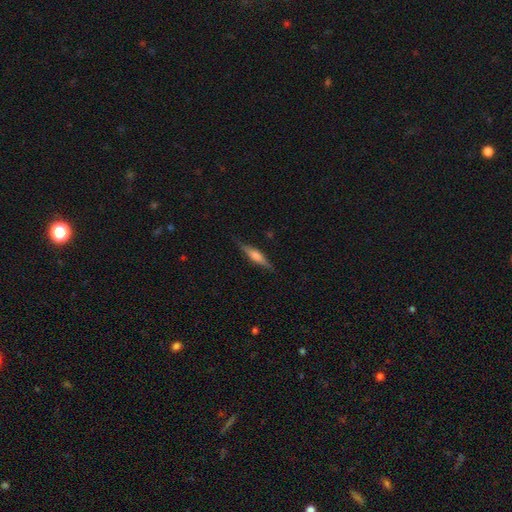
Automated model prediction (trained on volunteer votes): Smooth or featured? featured or disk (53%)
Edge-on disk? yes (95%)
Edge-on bulge? rounded (69%)
Merging? none (85%)